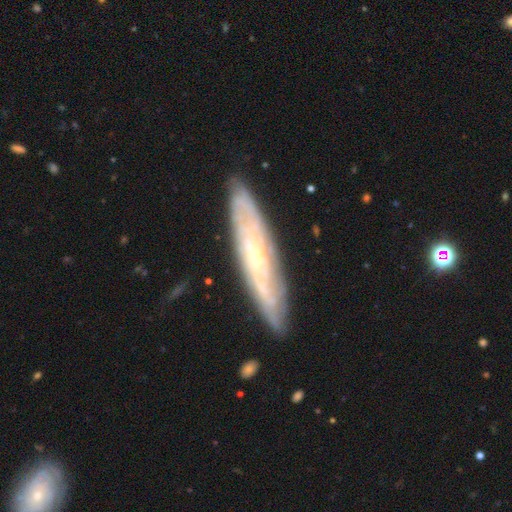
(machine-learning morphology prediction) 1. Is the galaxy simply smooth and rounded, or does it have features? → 68% featured or disk, 25% smooth, 6% star or artifact.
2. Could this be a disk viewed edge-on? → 52% no, 48% yes.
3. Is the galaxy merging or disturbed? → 84% none, 12% minor disturbance, 2% major disturbance, 2% merger.